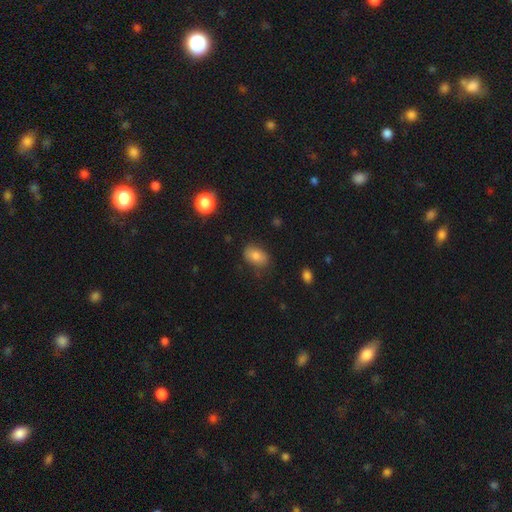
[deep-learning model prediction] Smooth or featured? smooth (78%)
How rounded? in between (83%)
Merging? none (75%)